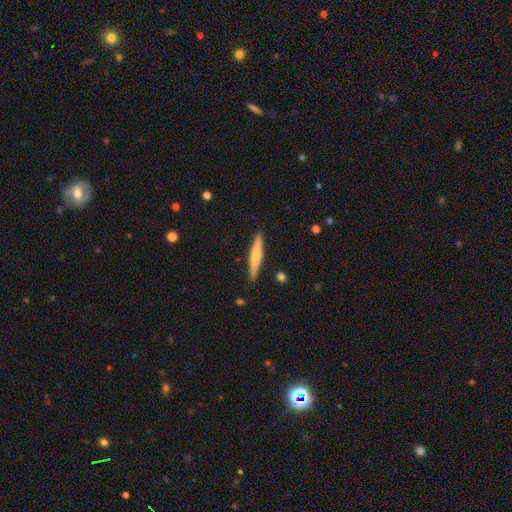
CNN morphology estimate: smooth_or_featured: smooth (p=0.55) [alt: featured or disk p=0.39]
how_rounded: cigar-shaped (p=0.92) [alt: in between p=0.07]
merging: none (p=0.89) [alt: minor disturbance p=0.08]